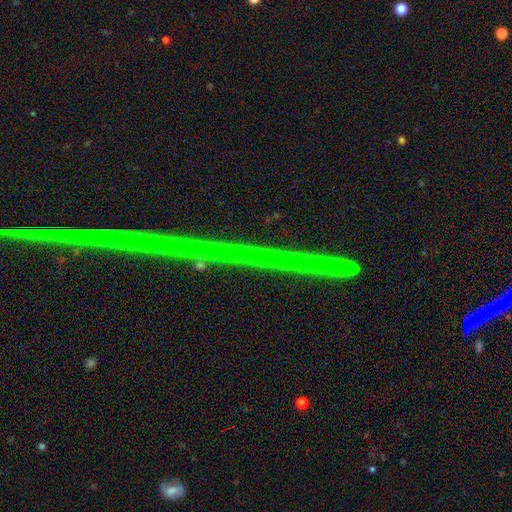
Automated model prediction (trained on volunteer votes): The model was most divided on "smooth or featured": star or artifact: 79%, featured or disk: 15%, smooth: 6%.